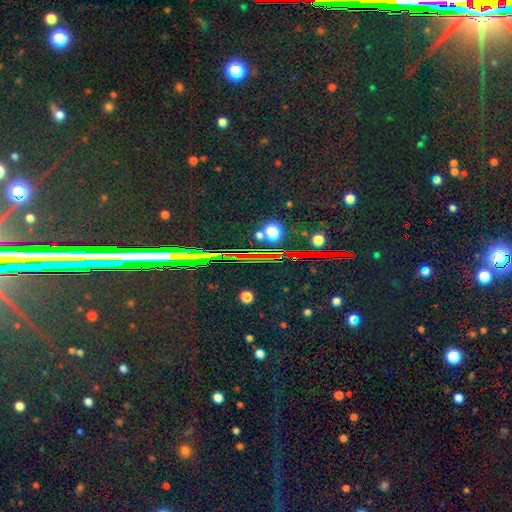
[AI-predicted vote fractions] smooth-or-featured: star or artifact: 84% | featured or disk: 8% | smooth: 8%